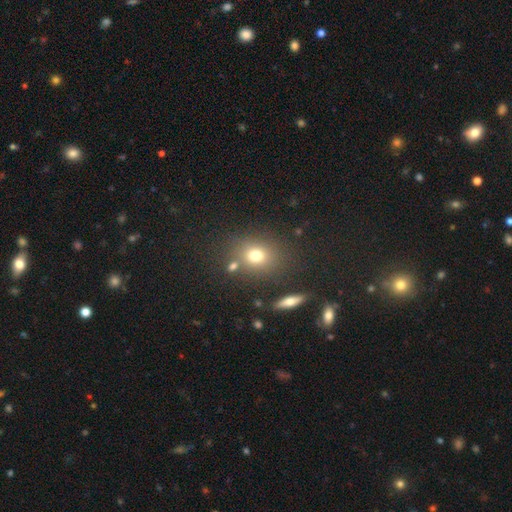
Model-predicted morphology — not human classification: Smooth or featured? Predicted: smooth (p=0.73). How rounded? Predicted: round (p=0.57). Merging? Predicted: none (p=0.74).